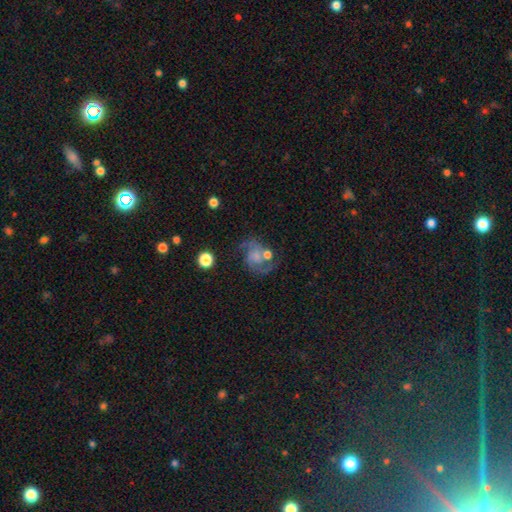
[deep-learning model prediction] smooth_or_featured: featured or disk (p=0.77) [alt: smooth p=0.14]
disk_edge_on: no (p=0.98) [alt: yes p=0.02]
bar: no (p=0.66) [alt: weak p=0.29]
has_spiral_arms: yes (p=0.94) [alt: no p=0.06]
spiral_winding: medium (p=0.51) [alt: loose p=0.33]
spiral_arm_count: 2 (p=0.87) [alt: can't tell p=0.04]
bulge_size: small (p=0.35) [alt: none p=0.32]
merging: none (p=0.53) [alt: minor disturbance p=0.19]